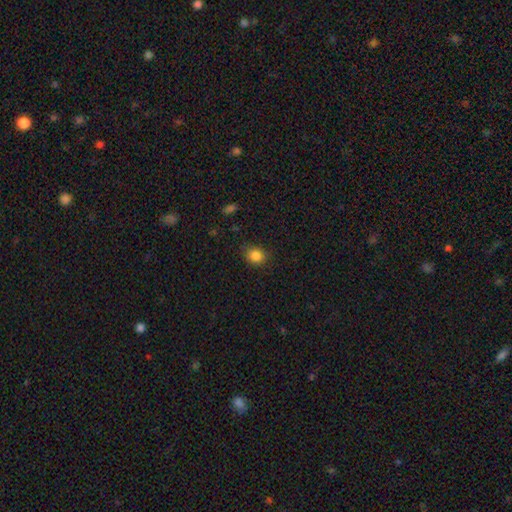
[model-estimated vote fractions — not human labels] smooth-or-featured: smooth: 85% | star or artifact: 11% | featured or disk: 4%
  how-rounded: round: 68% | in between: 31% | cigar-shaped: 1%
  merging: none: 82% | minor disturbance: 14% | major disturbance: 3% | merger: 1%